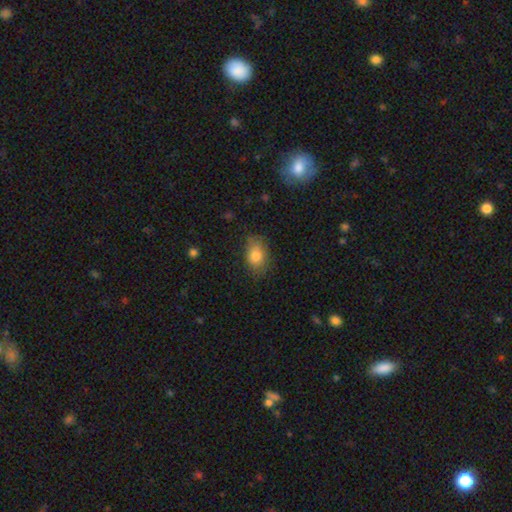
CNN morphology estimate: Q: Smooth or featured?
A: smooth (81%); runner-up: featured or disk (10%)
Q: How rounded?
A: in between (79%); runner-up: round (19%)
Q: Merging?
A: none (73%); runner-up: minor disturbance (20%)